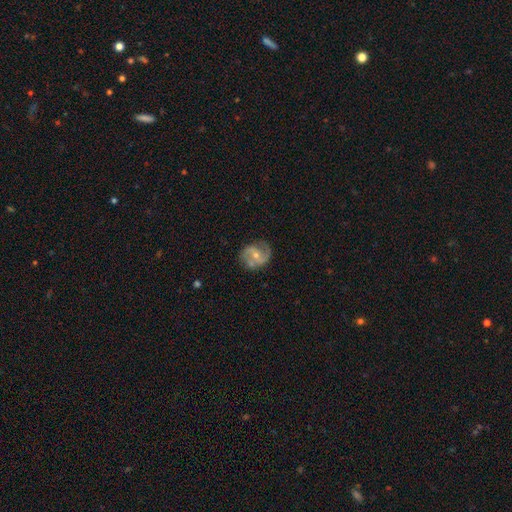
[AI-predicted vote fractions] Morphology: type=featured or disk (75%); edge-on=no (97%); bar=no (44%); spiral arms=yes (90%); winding=medium (49%); arm count=2 (85%); bulge=moderate (48%); merging=none (71%).